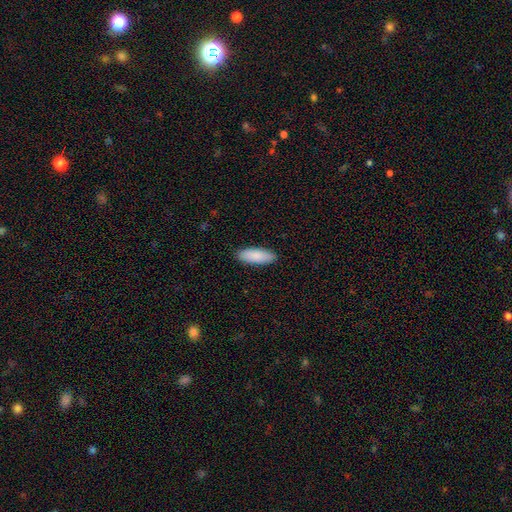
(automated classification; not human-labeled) Smooth or featured? smooth (89%)
How rounded? in between (71%)
Merging? none (90%)